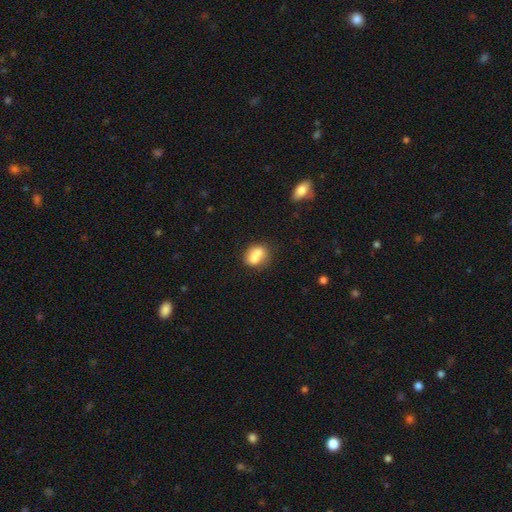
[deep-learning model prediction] This is likely a smooth galaxy (70%). How rounded: possibly in between (50%). Merging: possibly merger (58%).